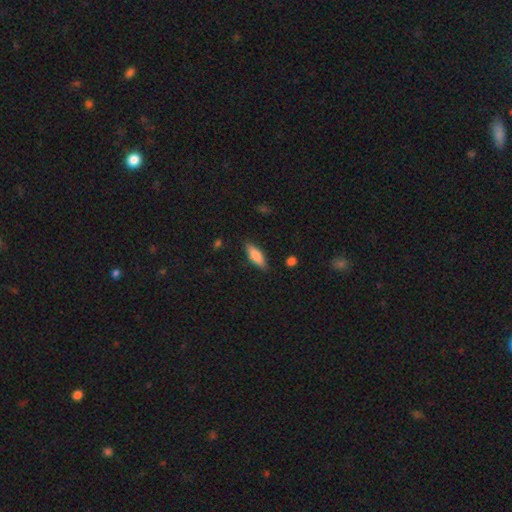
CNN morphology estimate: Smooth or featured? smooth (77%)
How rounded? in between (54%)
Merging? none (84%)